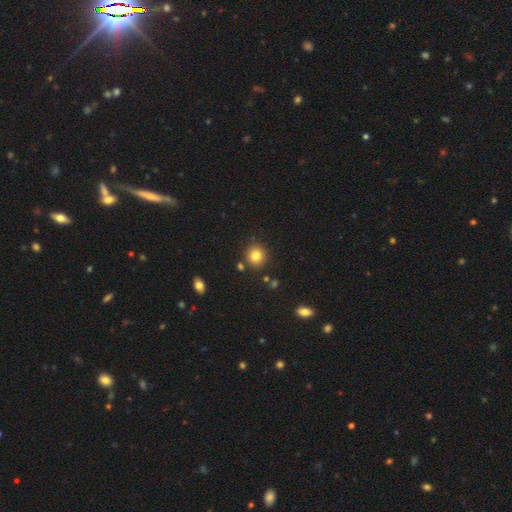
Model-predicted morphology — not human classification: This appears to be a smooth galaxy with no disk features (82%) that is round (90%). Merging: none (85%).